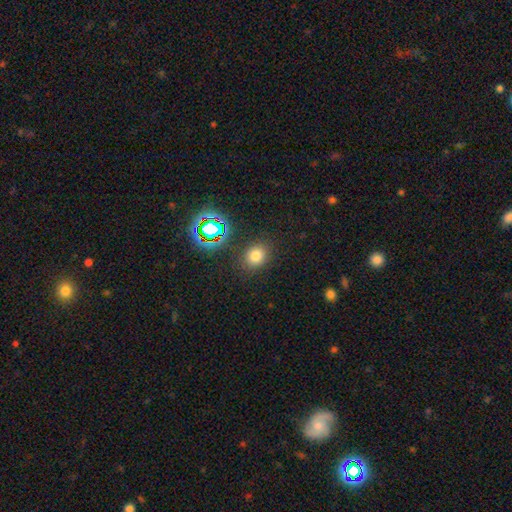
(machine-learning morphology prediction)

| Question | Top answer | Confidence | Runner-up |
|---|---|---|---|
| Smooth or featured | smooth | 71% | star or artifact (21%) |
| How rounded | round | 62% | in between (37%) |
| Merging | none | 85% | minor disturbance (9%) |